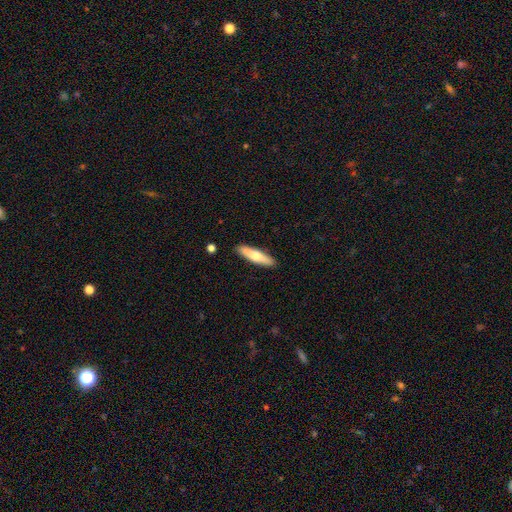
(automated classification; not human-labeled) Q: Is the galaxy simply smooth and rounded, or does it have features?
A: smooth — 63%.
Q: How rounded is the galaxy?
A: cigar-shaped — 75%.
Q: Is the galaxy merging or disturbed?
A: none — 90%.